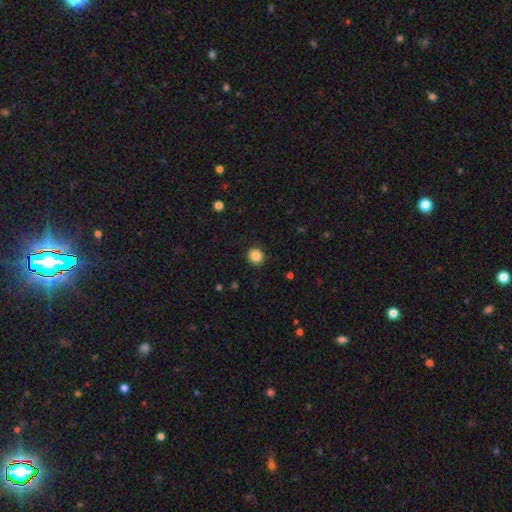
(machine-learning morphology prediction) smooth 86%, star or artifact 10%, featured or disk 4%. Down the decision tree: how rounded — round (88%); merging — none (91%).